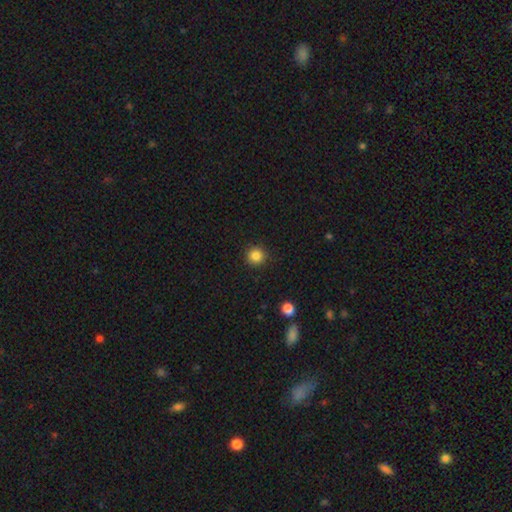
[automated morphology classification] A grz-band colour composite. It shows a smooth galaxy with no disk features (85%) that is round (94%). Merging: none (91%).